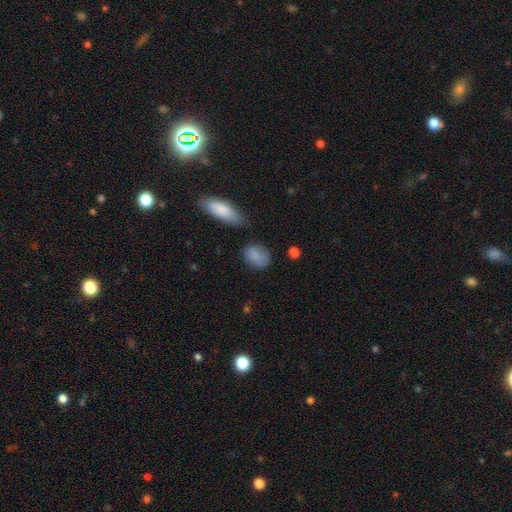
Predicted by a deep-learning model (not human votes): Smooth or featured? smooth (86%)
How rounded? in between (55%)
Merging? none (72%)